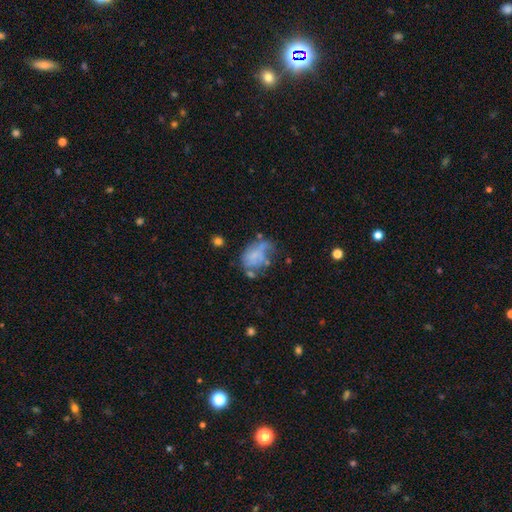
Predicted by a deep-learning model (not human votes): The model was most divided on "smooth or featured" (2-way tie): smooth: 44%, featured or disk: 44%, star or artifact: 12%. Remaining: merging — major disturbance (32%).